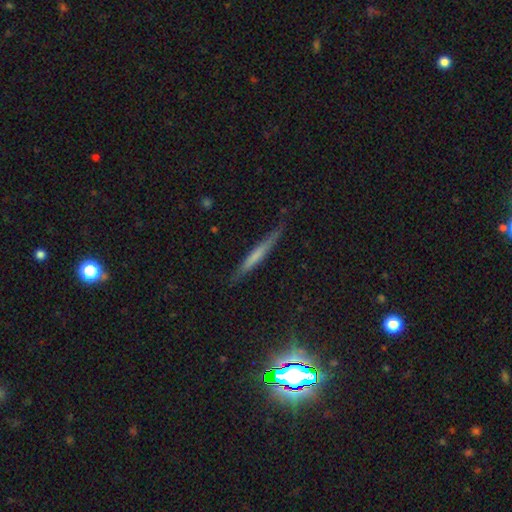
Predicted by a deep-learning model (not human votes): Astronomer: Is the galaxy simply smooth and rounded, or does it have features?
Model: smooth — 51% (runner-up: featured or disk, 40%).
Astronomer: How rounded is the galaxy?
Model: cigar-shaped — 95%.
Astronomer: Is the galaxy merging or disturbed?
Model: none — 82%.